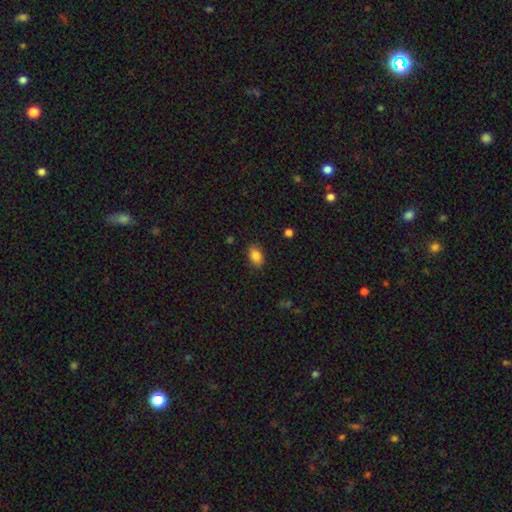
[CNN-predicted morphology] type=smooth (86%); roundness=in between (88%); merging=none (86%).